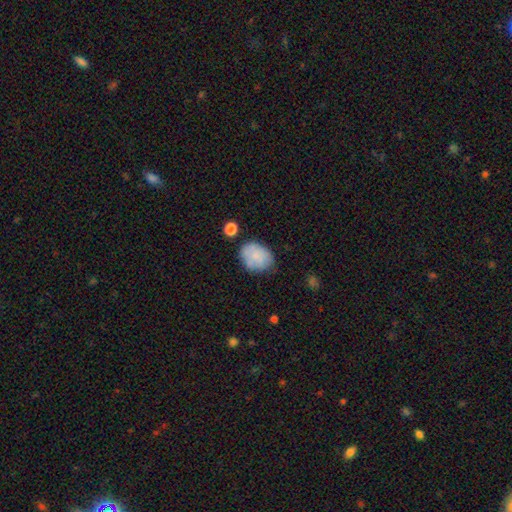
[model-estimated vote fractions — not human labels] This is likely a smooth galaxy (75%). How rounded: possibly in between (57%). Merging: likely none (61%).